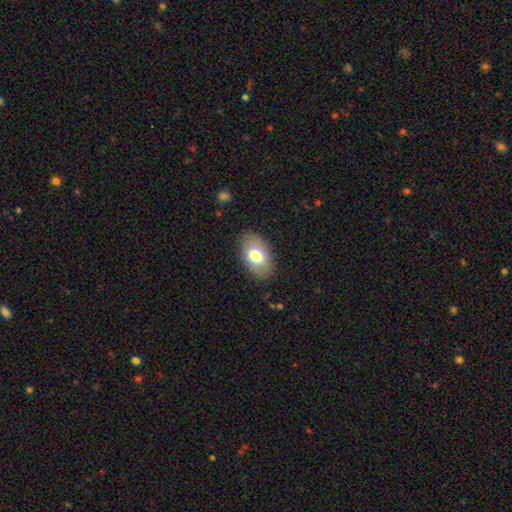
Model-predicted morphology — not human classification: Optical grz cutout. It shows a smooth galaxy with no disk features (72%) that is in between round and cigar-shaped (90%). Merging: none (85%).